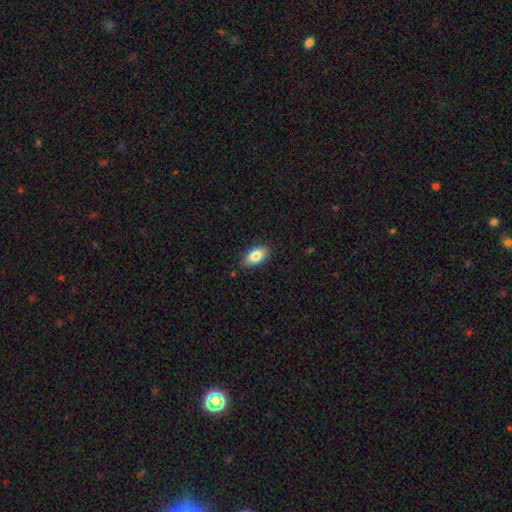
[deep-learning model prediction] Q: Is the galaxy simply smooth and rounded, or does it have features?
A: smooth — 82%.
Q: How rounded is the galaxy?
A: in between — 90%.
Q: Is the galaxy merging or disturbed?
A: none — 84%.